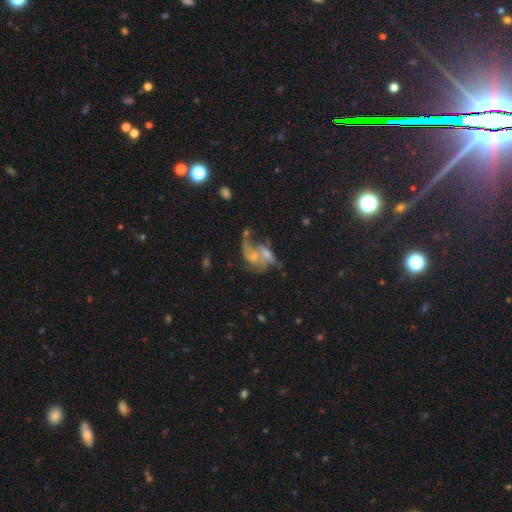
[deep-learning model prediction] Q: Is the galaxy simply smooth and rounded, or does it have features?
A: featured or disk — 58%.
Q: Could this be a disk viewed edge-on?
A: no — 96%.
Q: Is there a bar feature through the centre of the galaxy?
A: no — 75%.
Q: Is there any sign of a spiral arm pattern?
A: yes — 58%.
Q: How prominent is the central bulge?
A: small — 41%.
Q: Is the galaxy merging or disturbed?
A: merger — 47%.